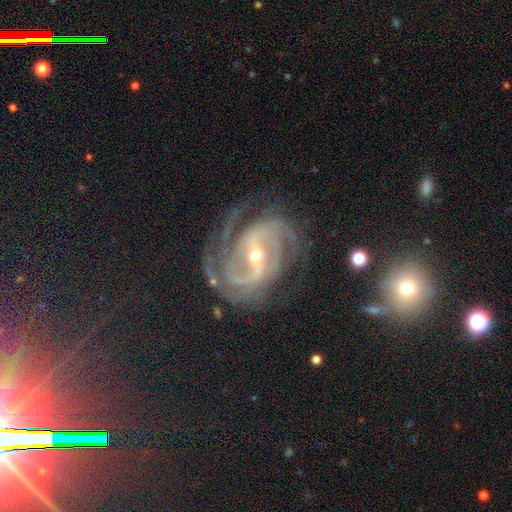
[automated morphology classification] Overall: featured or disk (89%). Edge-on disk: no (97%). Bar: strong (49%; weak 37%). Spiral arms: yes (98%). Spiral arm count: 2 (37%; 3 27%). Spiral winding: tight (46%; medium 44%). Bulge size: small (55%; moderate 42%). Merging: none (68%).